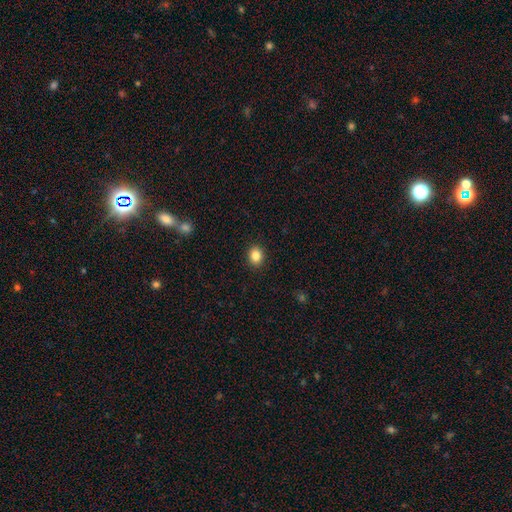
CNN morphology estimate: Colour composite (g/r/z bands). It shows a smooth galaxy with no disk features (85%) that is round (54%). Merging: none (91%).